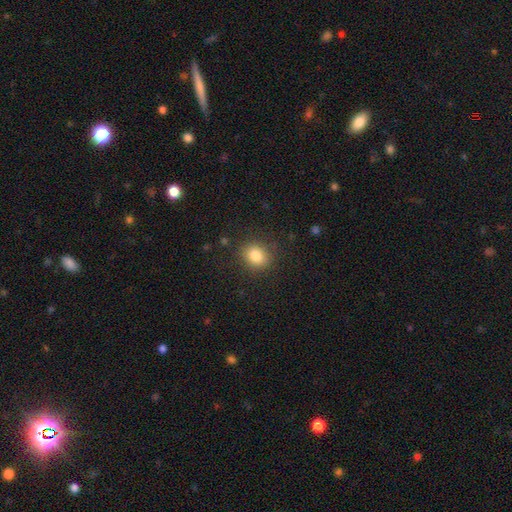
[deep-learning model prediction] Smooth or featured? Predicted: smooth (p=0.83). How rounded? Predicted: round (p=0.67). Merging? Predicted: none (p=0.86).